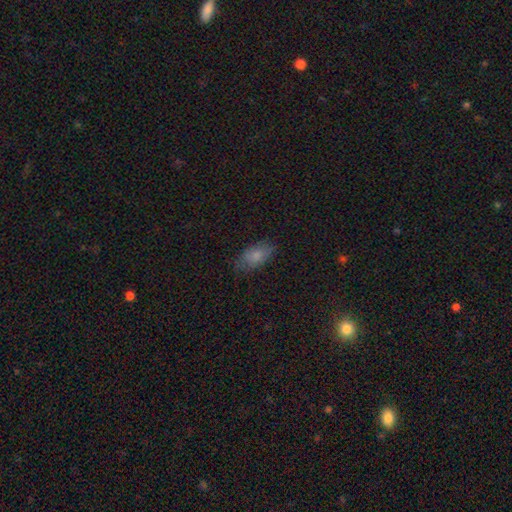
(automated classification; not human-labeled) smooth 80%, featured or disk 12%, star or artifact 8%. Down the decision tree: how rounded — in between (90%); merging — none (71%).